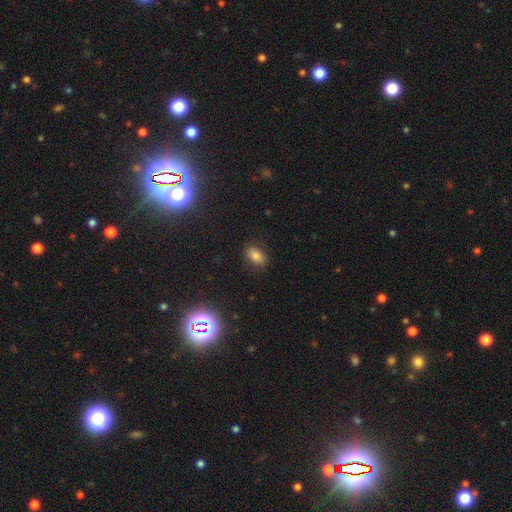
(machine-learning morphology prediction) type=smooth (79%); roundness=in between (88%); merging=none (86%).